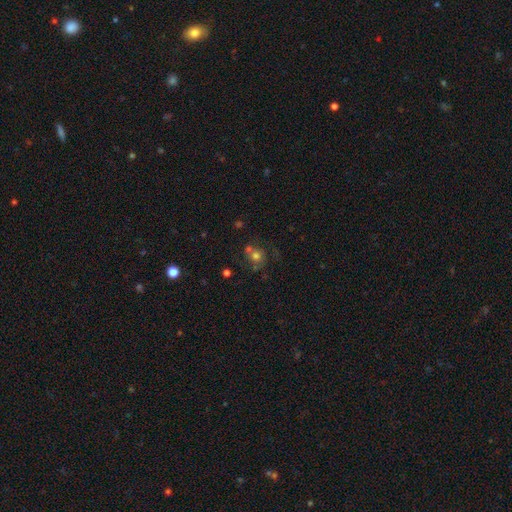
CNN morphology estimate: smooth 61%, featured or disk 21%, star or artifact 17%. Down the decision tree: how rounded — round (79%); merging — none (47%).